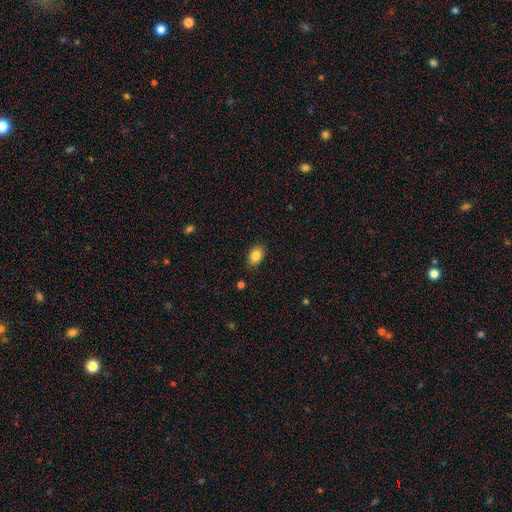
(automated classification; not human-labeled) Smooth or featured?
  - smooth: 86% *
  - star or artifact: 8%
  - featured or disk: 6%
How rounded?
  - in between: 85% *
  - round: 14%
  - cigar-shaped: 1%
Merging?
  - none: 85% *
  - minor disturbance: 11%
  - major disturbance: 2%
  - merger: 1%